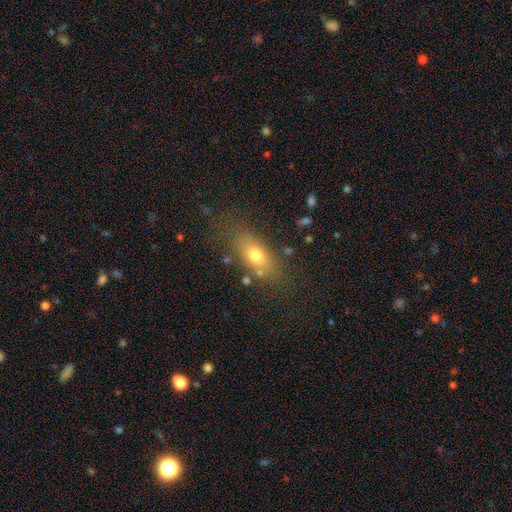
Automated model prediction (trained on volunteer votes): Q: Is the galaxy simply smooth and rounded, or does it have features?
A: smooth — 68%.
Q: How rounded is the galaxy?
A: in between — 72%.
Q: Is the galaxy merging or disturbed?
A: none — 74%.